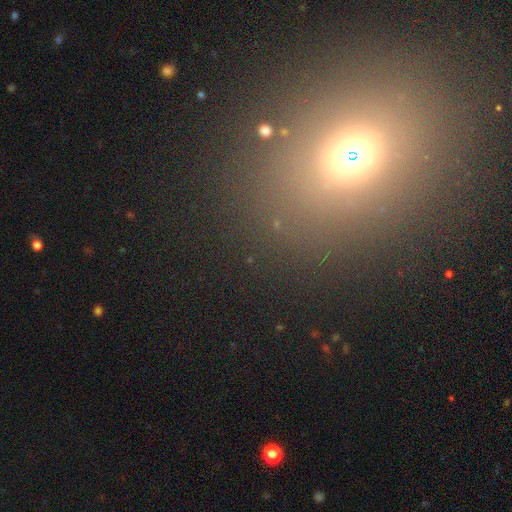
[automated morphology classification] A smooth galaxy with no disk features (48%). Merging: none (82%).